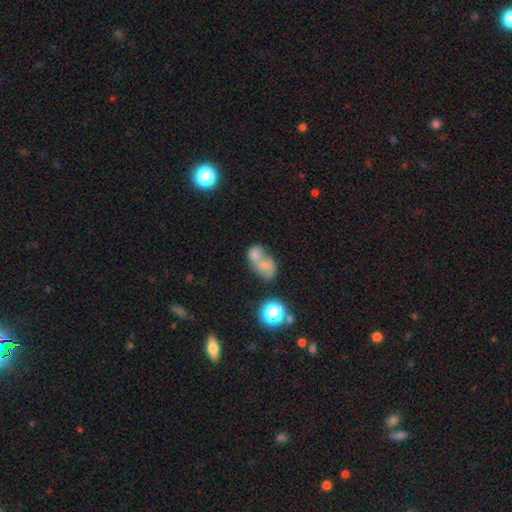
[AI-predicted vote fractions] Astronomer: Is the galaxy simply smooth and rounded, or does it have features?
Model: smooth — 48% (runner-up: featured or disk, 37%).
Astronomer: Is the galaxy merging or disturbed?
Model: merger — 59%.